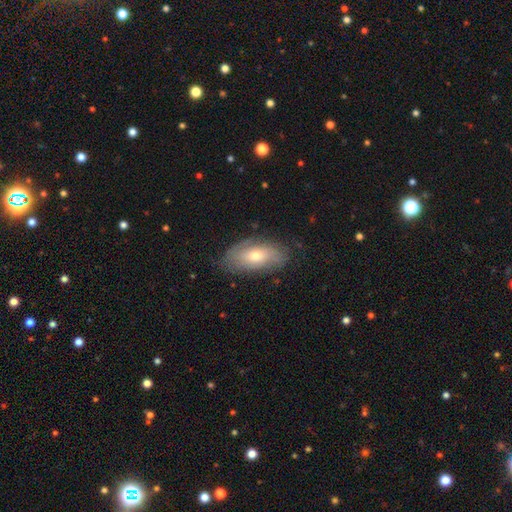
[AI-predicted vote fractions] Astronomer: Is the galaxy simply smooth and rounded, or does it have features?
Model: smooth — 49% (runner-up: featured or disk, 43%).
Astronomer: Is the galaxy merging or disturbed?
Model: none — 74%.